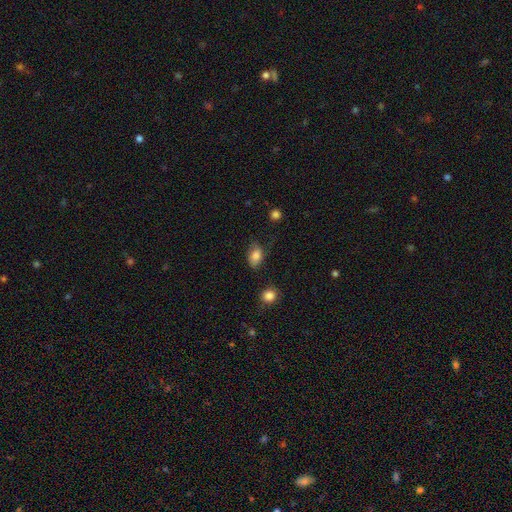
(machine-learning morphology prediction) Smooth or featured?
  - smooth: 82% *
  - featured or disk: 9%
  - star or artifact: 8%
How rounded?
  - in between: 84% *
  - round: 14%
  - cigar-shaped: 2%
Merging?
  - none: 69% *
  - minor disturbance: 23%
  - major disturbance: 6%
  - merger: 2%